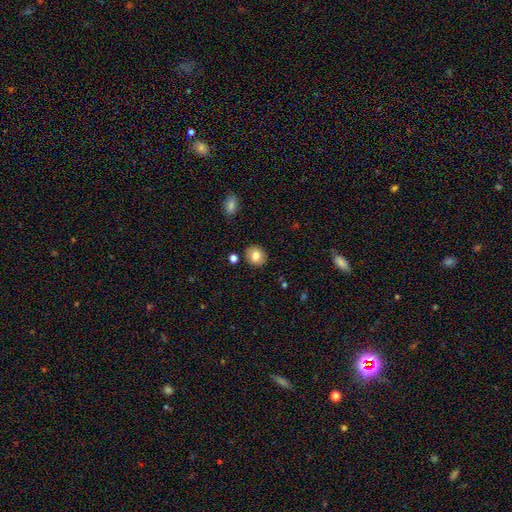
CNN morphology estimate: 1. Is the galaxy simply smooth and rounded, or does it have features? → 79% smooth, 12% featured or disk, 9% star or artifact.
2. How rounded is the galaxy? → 72% round, 27% in between, 1% cigar-shaped.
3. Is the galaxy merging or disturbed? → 85% none, 10% minor disturbance, 3% merger, 2% major disturbance.